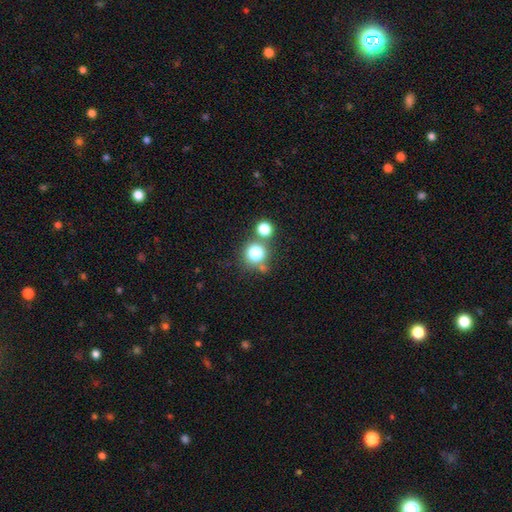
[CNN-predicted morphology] The model was most divided on "merging": none: 64%, merger: 23%, minor disturbance: 9%, major disturbance: 4%. More confident: how rounded — round (90%); smooth or featured — smooth (77%).